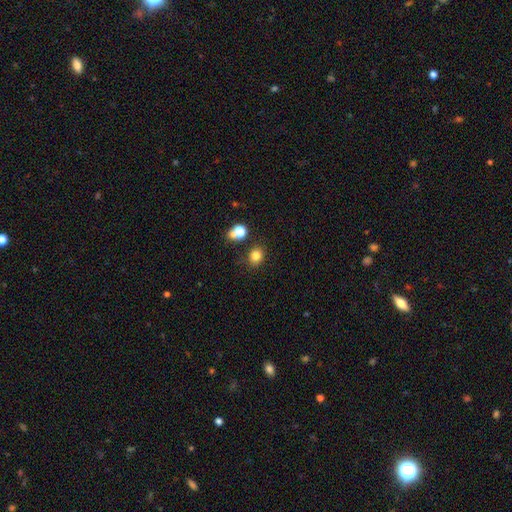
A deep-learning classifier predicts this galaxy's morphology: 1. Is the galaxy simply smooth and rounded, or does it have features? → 81% smooth, 14% star or artifact, 6% featured or disk.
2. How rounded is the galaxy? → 64% round, 35% in between, 1% cigar-shaped.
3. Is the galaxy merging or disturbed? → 79% none, 10% minor disturbance, 7% merger, 3% major disturbance.